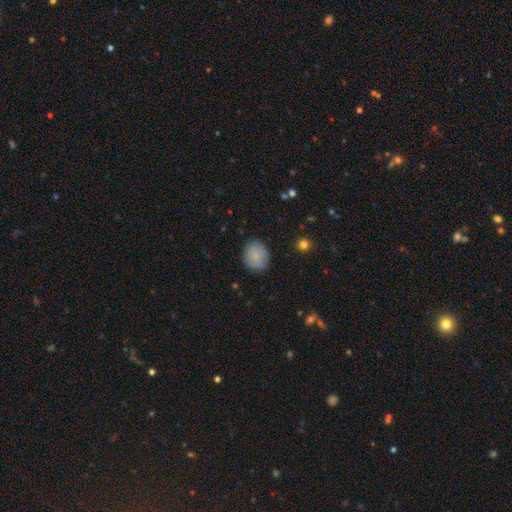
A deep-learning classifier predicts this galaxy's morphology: This is clearly a smooth galaxy (84%). How rounded: likely round (65%). Merging: clearly none (86%).